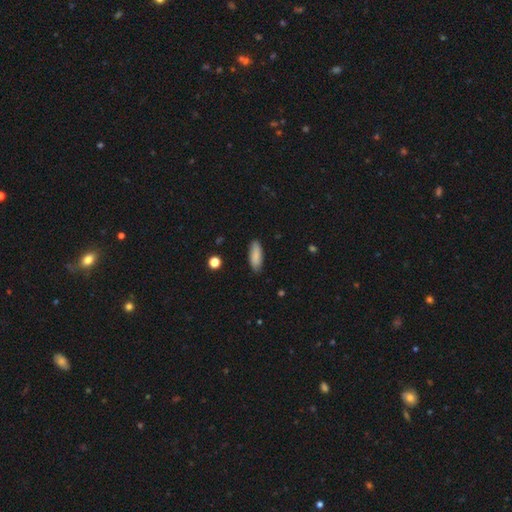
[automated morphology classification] This appears to be a smooth galaxy with no disk features (88%) that is in between round and cigar-shaped (67%). Merging: none (87%).